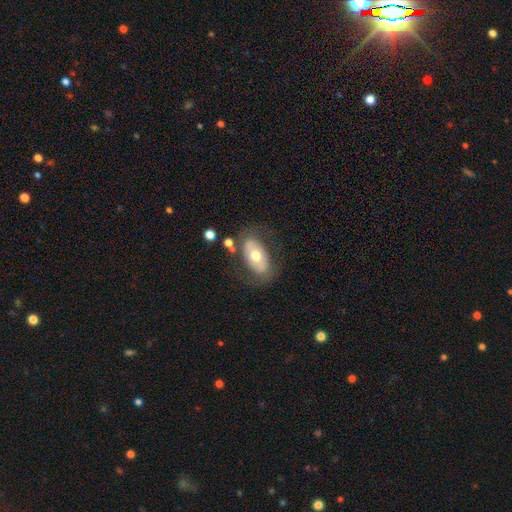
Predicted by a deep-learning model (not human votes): Overall: smooth (50%; featured or disk 43%). How rounded: in between (91%). Merging: none (70%).